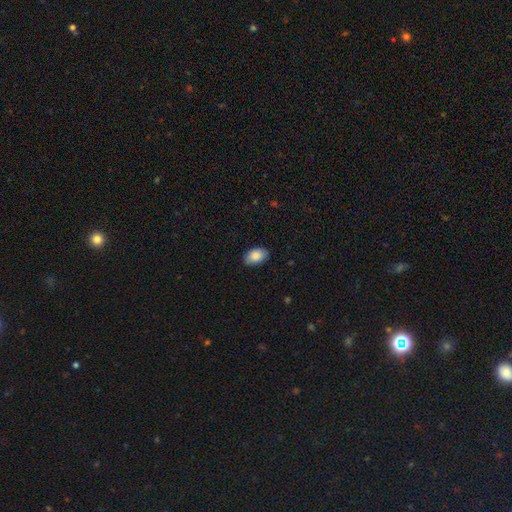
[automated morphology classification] smooth-or-featured: smooth: 86% | featured or disk: 7% | star or artifact: 7%
  how-rounded: in between: 90% | round: 9% | cigar-shaped: 1%
  merging: none: 84% | minor disturbance: 12% | major disturbance: 2% | merger: 1%